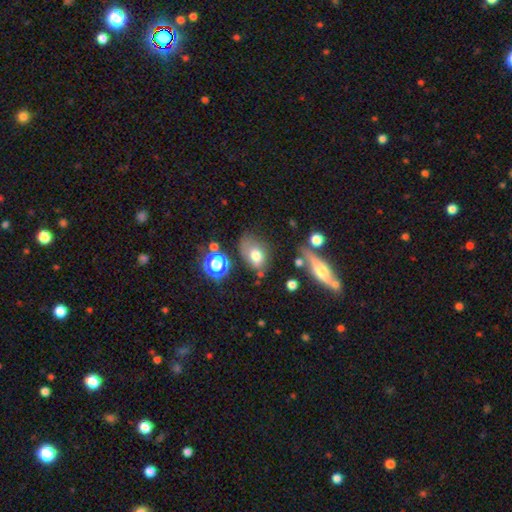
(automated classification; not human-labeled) smooth 71%, featured or disk 18%, star or artifact 11%. Down the decision tree: how rounded — in between (81%); merging — none (48%).